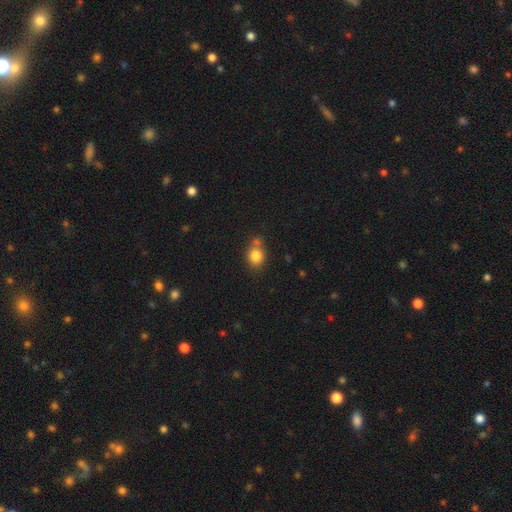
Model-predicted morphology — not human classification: Smooth or featured: smooth — 82% (star or artifact — 10%)
How rounded: round — 66% (in between — 33%)
Merging: none — 59% (merger — 23%)